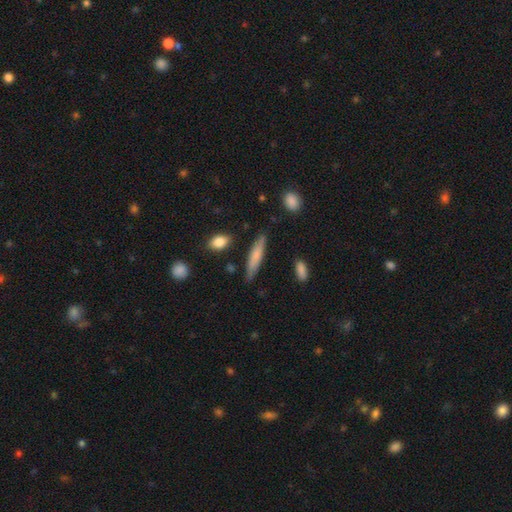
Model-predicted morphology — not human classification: Smooth or featured: smooth — 71% (featured or disk — 23%)
How rounded: cigar-shaped — 83% (in between — 15%)
Merging: none — 80% (minor disturbance — 15%)